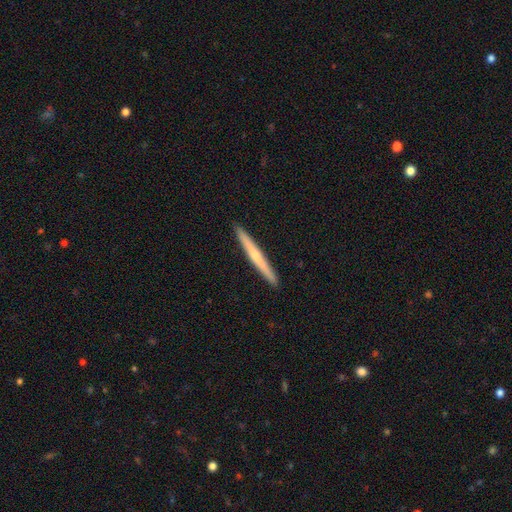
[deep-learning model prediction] Q: Smooth or featured?
A: featured or disk (48%); runner-up: smooth (47%)
Q: Merging?
A: none (93%); runner-up: minor disturbance (5%)